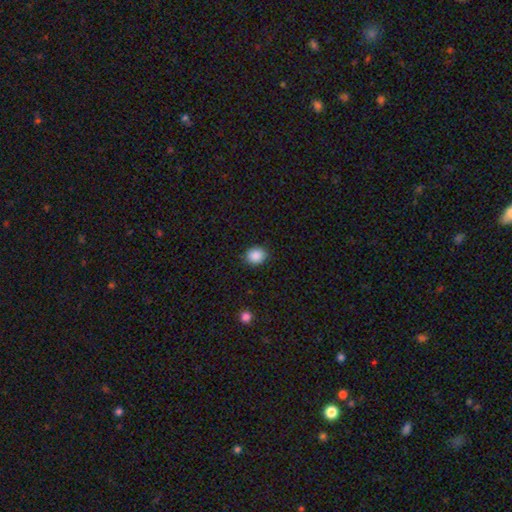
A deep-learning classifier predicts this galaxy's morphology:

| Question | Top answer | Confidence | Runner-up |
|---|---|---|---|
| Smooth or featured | smooth | 88% | star or artifact (9%) |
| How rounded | round | 70% | in between (29%) |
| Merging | none | 89% | minor disturbance (8%) |